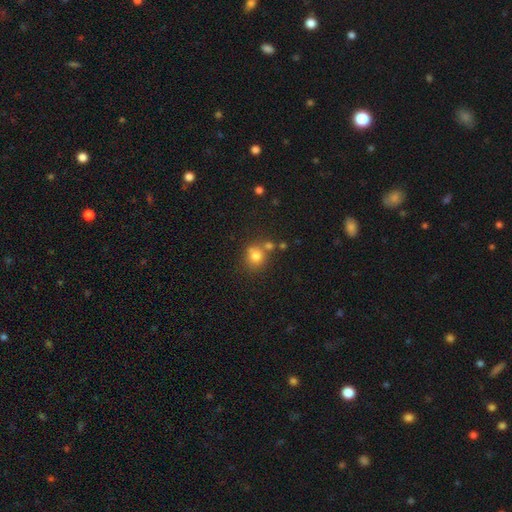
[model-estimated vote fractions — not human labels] Smooth or featured? smooth (77%)
How rounded? round (82%)
Merging? none (58%)